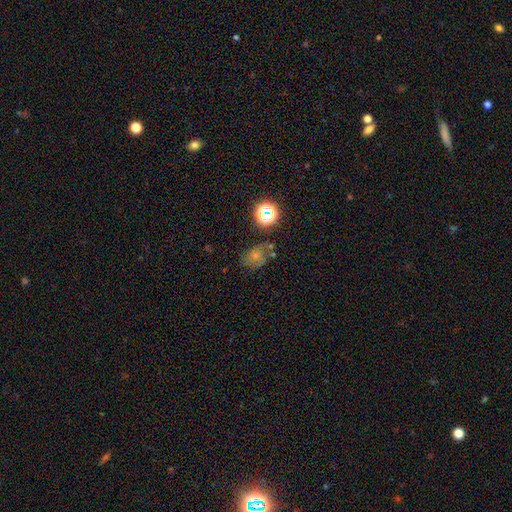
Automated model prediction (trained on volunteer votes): smooth_or_featured: smooth (p=0.58) [alt: star or artifact p=0.23]
how_rounded: in between (p=0.50) [alt: round p=0.49]
merging: none (p=0.50) [alt: minor disturbance p=0.24]